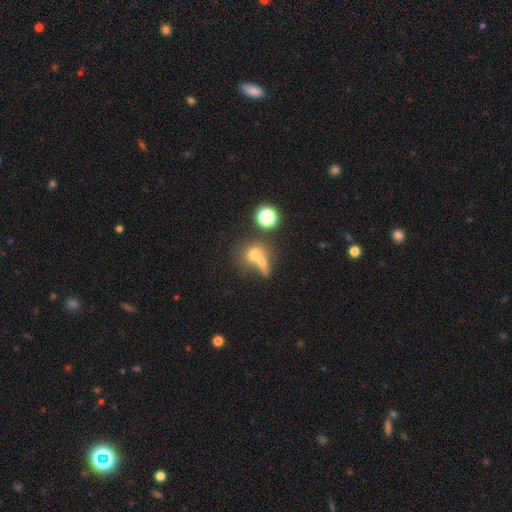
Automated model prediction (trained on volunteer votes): Smooth or featured: smooth — 65% (featured or disk — 19%)
How rounded: round — 68% (in between — 29%)
Merging: merger — 59% (none — 28%)